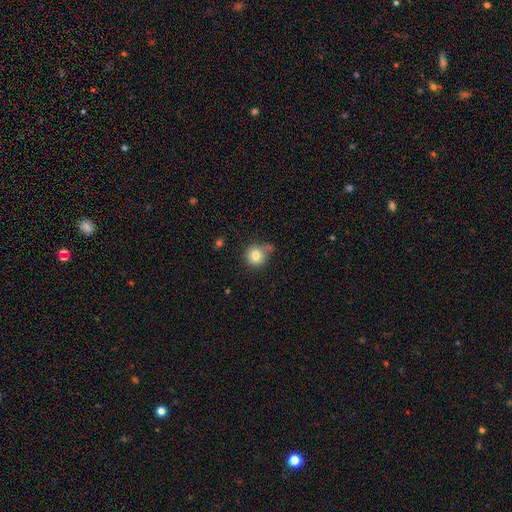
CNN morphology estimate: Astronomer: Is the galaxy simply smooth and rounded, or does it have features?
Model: smooth — 80%.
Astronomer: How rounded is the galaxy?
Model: round — 91%.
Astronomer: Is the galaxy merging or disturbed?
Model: none — 62%.